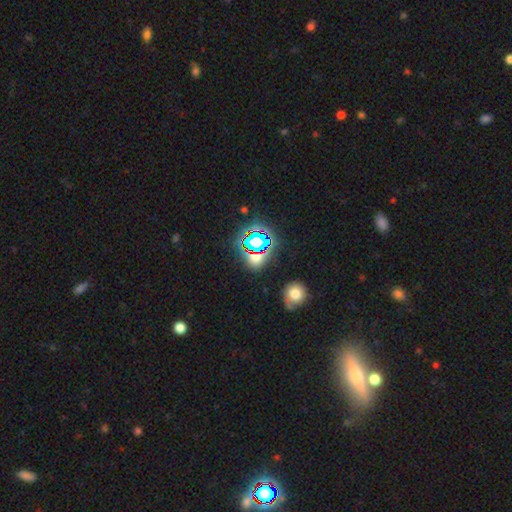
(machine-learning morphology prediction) Smooth or featured: star or artifact — 63% (smooth — 26%)